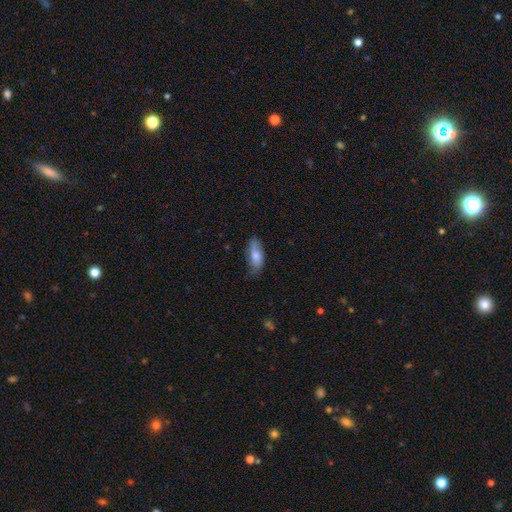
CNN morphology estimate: smooth 76%, featured or disk 17%, star or artifact 6%. Down the decision tree: how rounded — in between (76%); merging — none (69%).